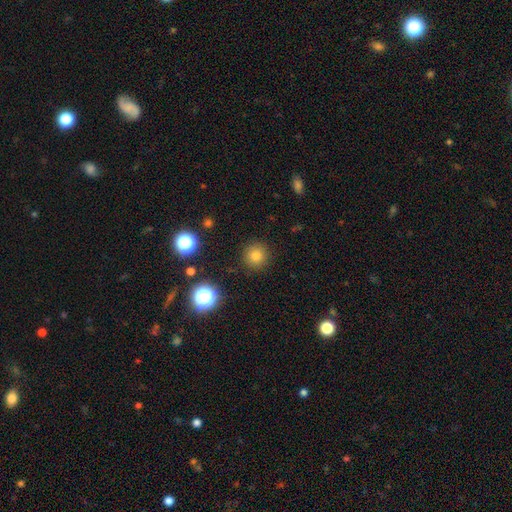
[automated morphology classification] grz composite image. It shows a smooth galaxy with no disk features (79%) that is round (95%). Merging: none (90%).